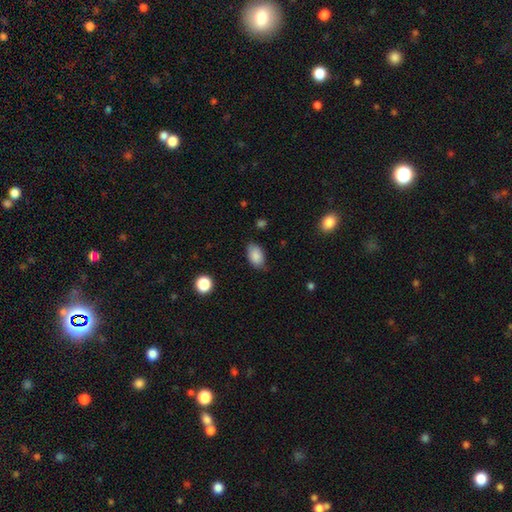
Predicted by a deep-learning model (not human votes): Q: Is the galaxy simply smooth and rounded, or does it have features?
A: smooth — 86%.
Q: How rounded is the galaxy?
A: in between — 91%.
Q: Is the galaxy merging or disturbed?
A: none — 73%.